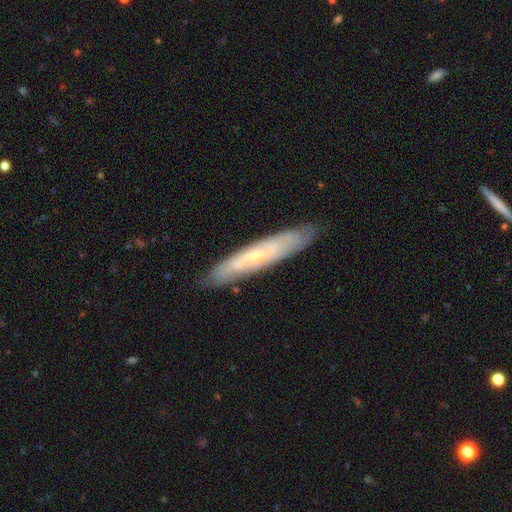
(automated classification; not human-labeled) Smooth or featured? featured or disk (61%)
Edge-on disk? yes (53%)
Merging? none (83%)